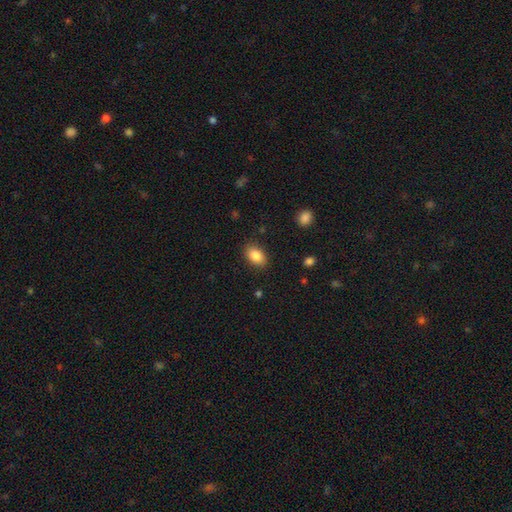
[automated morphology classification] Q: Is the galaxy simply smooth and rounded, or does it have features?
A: smooth — 86%.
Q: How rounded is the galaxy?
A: in between — 87%.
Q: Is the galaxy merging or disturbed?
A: none — 87%.